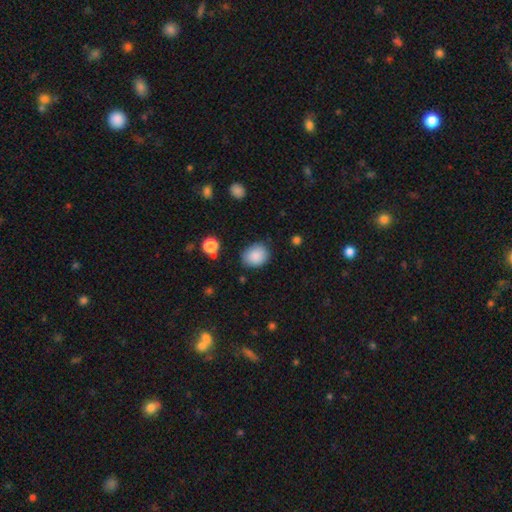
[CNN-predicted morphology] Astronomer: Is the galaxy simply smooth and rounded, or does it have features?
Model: smooth — 87%.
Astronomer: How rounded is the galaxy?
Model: round — 55% (runner-up: in between, 44%).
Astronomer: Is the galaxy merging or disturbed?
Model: none — 80%.